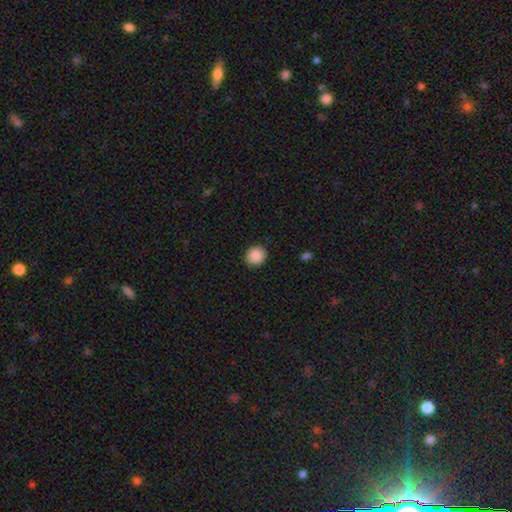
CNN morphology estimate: Smooth or featured? smooth (89%)
How rounded? round (76%)
Merging? none (89%)